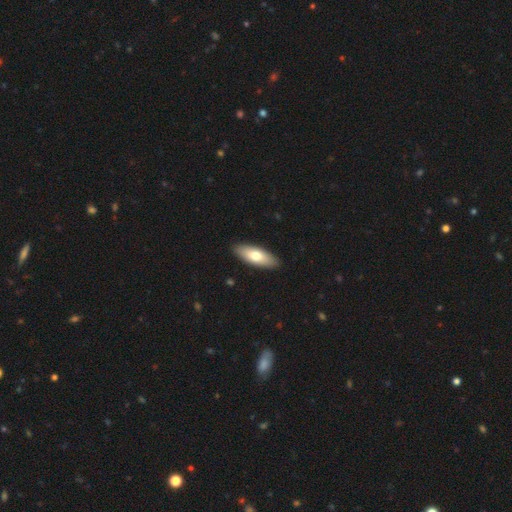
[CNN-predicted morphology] Smooth or featured?
  - smooth: 71% *
  - featured or disk: 23%
  - star or artifact: 5%
How rounded?
  - in between: 70% *
  - cigar-shaped: 28%
  - round: 2%
Merging?
  - none: 90% *
  - minor disturbance: 7%
  - major disturbance: 2%
  - merger: 1%